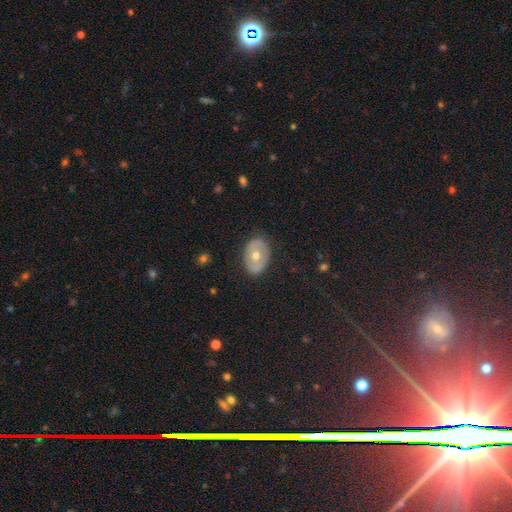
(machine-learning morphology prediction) Smooth or featured? featured or disk (46%)
Merging? none (84%)